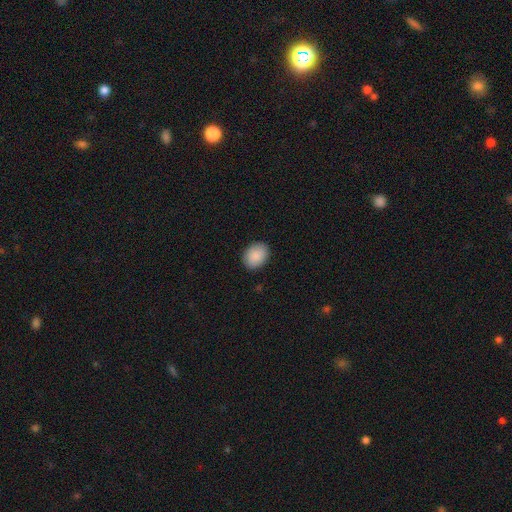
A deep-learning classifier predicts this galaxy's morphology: Smooth or featured? Predicted: smooth (p=0.90). How rounded? Predicted: in between (p=0.66). Merging? Predicted: none (p=0.88).